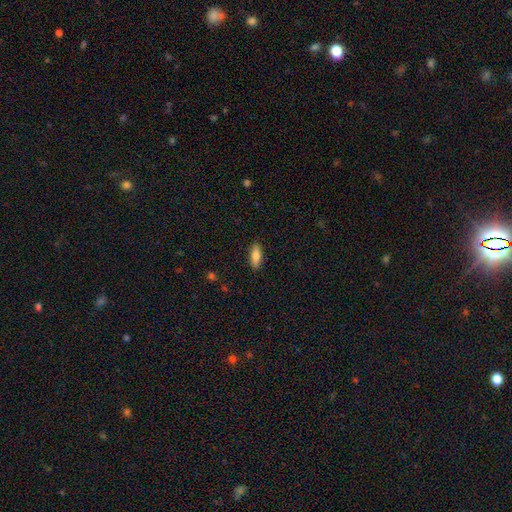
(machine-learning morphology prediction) Overall: smooth (82%). How rounded: in between (67%; cigar-shaped 30%). Merging: none (89%).